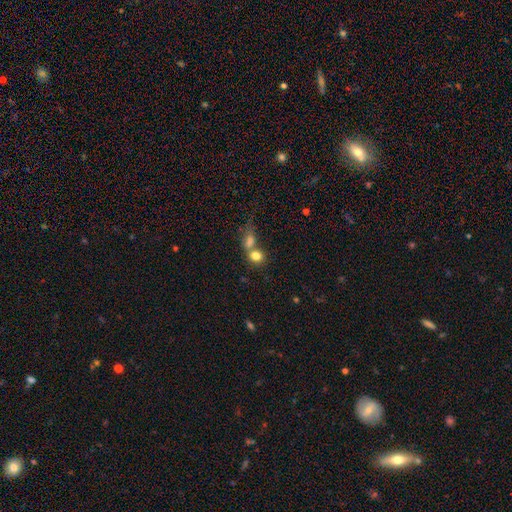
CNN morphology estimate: type=smooth (79%); roundness=round (58%); merging=merger (55%).